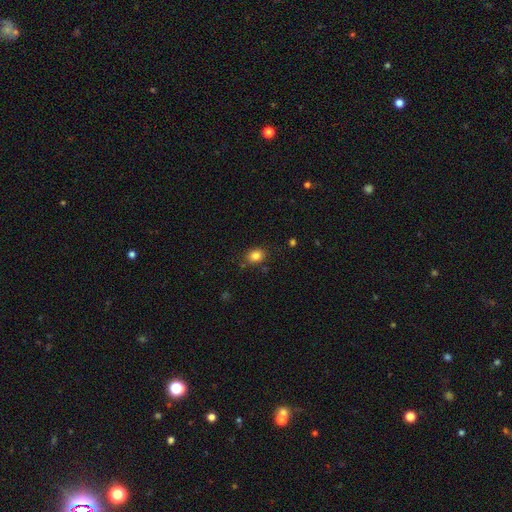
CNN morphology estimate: Smooth or featured? smooth (84%)
How rounded? round (55%)
Merging? none (84%)